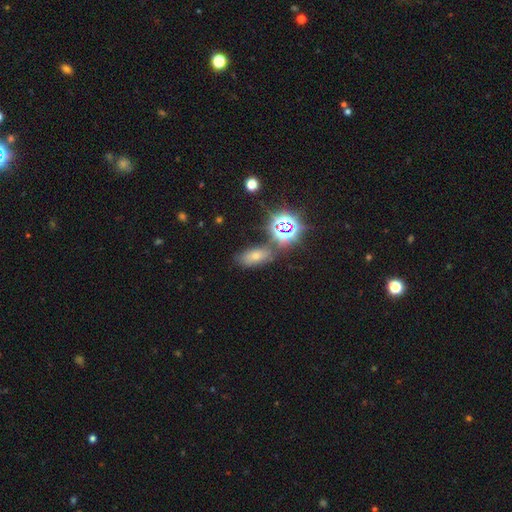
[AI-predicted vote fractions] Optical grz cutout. It shows a star or artifact, not a galaxy (47%).